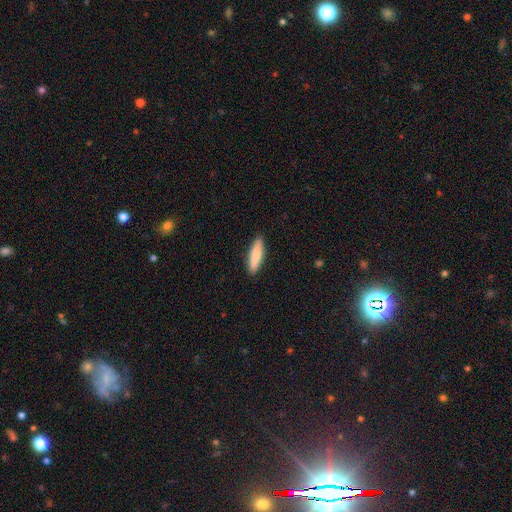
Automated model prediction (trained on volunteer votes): The model was most divided on "how rounded": cigar-shaped: 73%, in between: 25%, round: 1%. More confident: merging — none (90%); smooth or featured — smooth (84%).